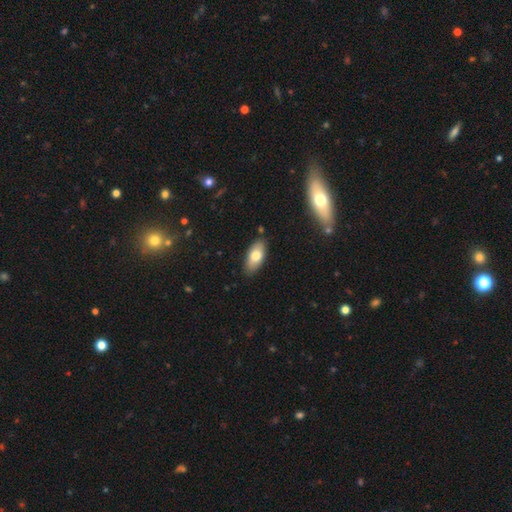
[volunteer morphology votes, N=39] This is likely a smooth galaxy (77%). How rounded: clearly in between (90%). Merging: likely none (74%).